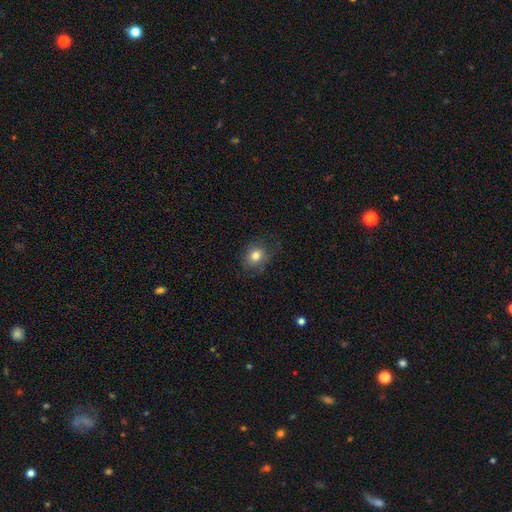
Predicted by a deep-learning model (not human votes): Smooth or featured?
  - smooth: 81% *
  - star or artifact: 11%
  - featured or disk: 8%
How rounded?
  - round: 69% *
  - in between: 30%
  - cigar-shaped: 1%
Merging?
  - none: 78% *
  - minor disturbance: 16%
  - major disturbance: 5%
  - merger: 1%